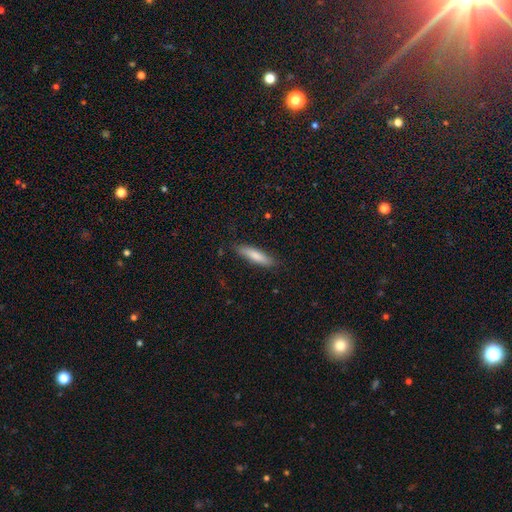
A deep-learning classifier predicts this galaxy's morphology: smooth 80%, featured or disk 14%, star or artifact 6%. Down the decision tree: how rounded — cigar-shaped (76%); merging — none (83%).